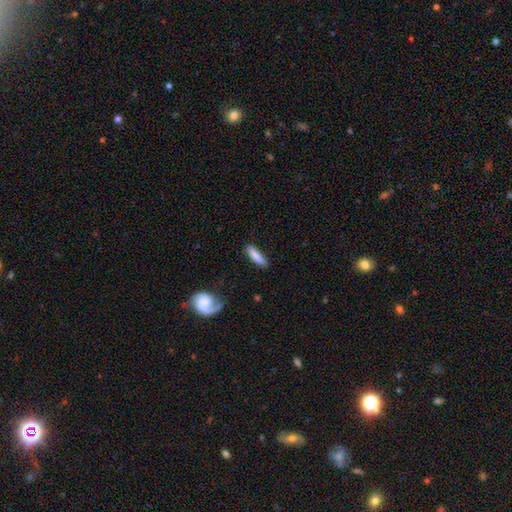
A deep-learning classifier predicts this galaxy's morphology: smooth-or-featured: smooth: 80% | featured or disk: 14% | star or artifact: 6%
  how-rounded: cigar-shaped: 67% | in between: 31% | round: 2%
  merging: none: 79% | minor disturbance: 15% | major disturbance: 4% | merger: 3%